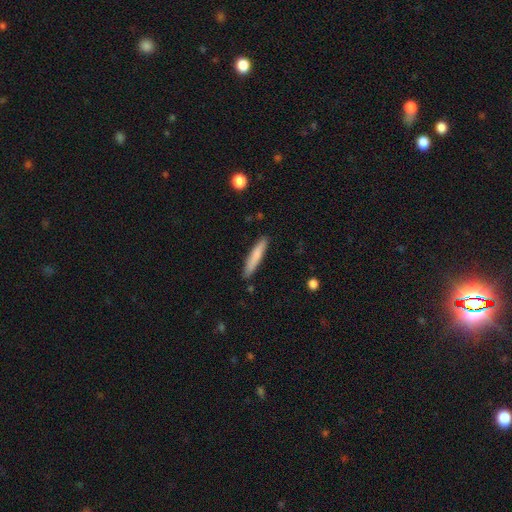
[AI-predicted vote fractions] The model was most divided on "smooth or featured": smooth: 76%, featured or disk: 18%, star or artifact: 6%. More confident: how rounded — cigar-shaped (92%); merging — none (87%).